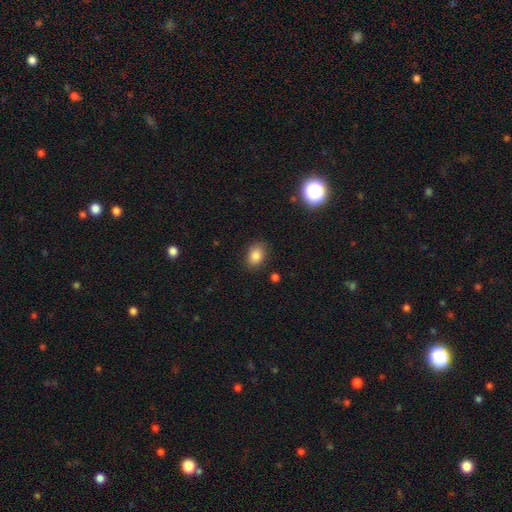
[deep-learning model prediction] Smooth or featured?
  - smooth: 84% *
  - star or artifact: 10%
  - featured or disk: 6%
How rounded?
  - in between: 71% *
  - round: 28%
  - cigar-shaped: 1%
Merging?
  - none: 84% *
  - minor disturbance: 11%
  - major disturbance: 3%
  - merger: 2%